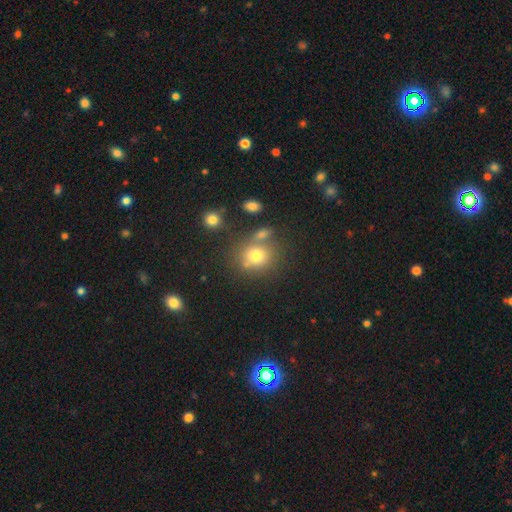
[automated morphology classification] Smooth or featured?
  - smooth: 75% *
  - star or artifact: 15%
  - featured or disk: 11%
How rounded?
  - round: 76% *
  - in between: 23%
  - cigar-shaped: 1%
Merging?
  - none: 62% *
  - merger: 20%
  - minor disturbance: 13%
  - major disturbance: 6%